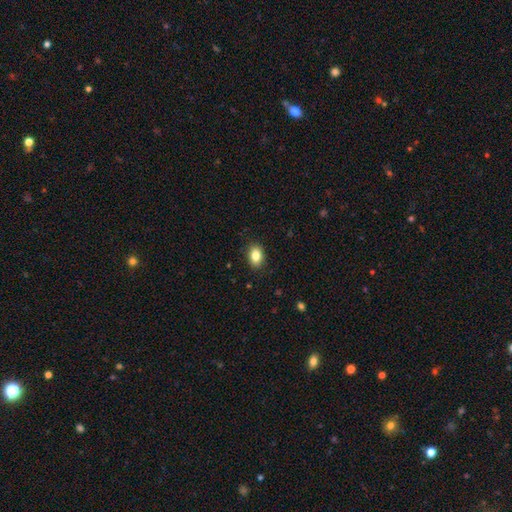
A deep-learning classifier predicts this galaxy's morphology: Smooth or featured: smooth — 85% (star or artifact — 9%)
How rounded: in between — 80% (round — 18%)
Merging: none — 88% (minor disturbance — 9%)